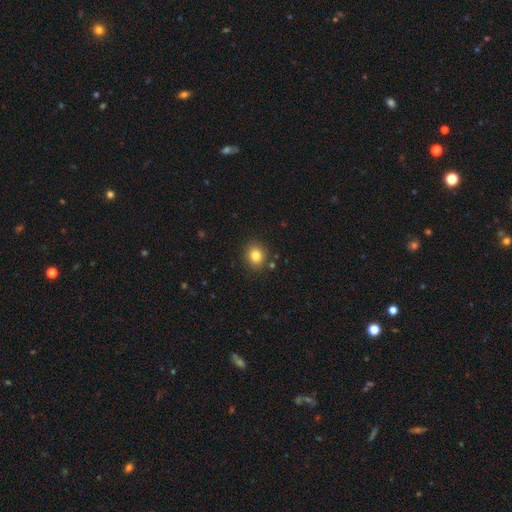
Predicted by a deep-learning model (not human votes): The model was most divided on "how rounded": round: 74%, in between: 25%, cigar-shaped: 1%. More confident: merging — none (88%); smooth or featured — smooth (82%).